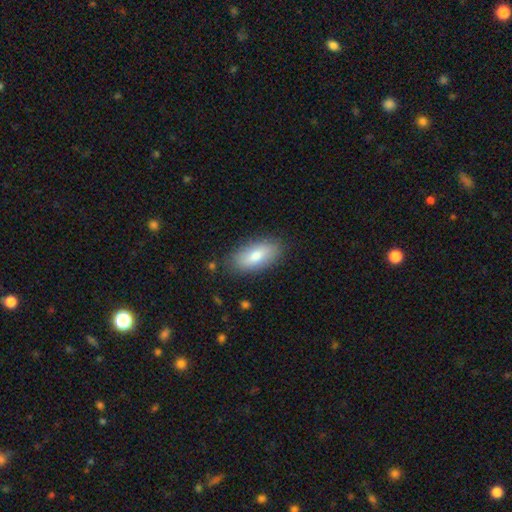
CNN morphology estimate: The model was most divided on "smooth or featured": smooth: 76%, featured or disk: 17%, star or artifact: 7%. More confident: how rounded — in between (89%); merging — none (86%).